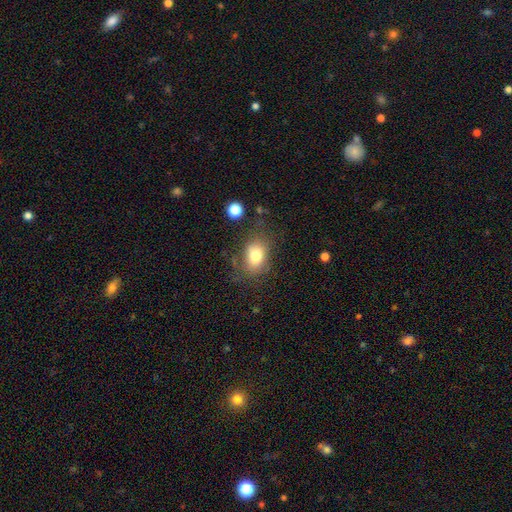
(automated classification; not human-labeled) A smooth galaxy with no disk features (77%) that is in between round and cigar-shaped (71%).

Vote fractions:
- Smooth or featured? smooth: 77% / featured or disk: 12% / star or artifact: 10%
- How rounded? in between: 71% / round: 27% / cigar-shaped: 1%
- Merging? none: 64% / minor disturbance: 21% / major disturbance: 11% / merger: 4%